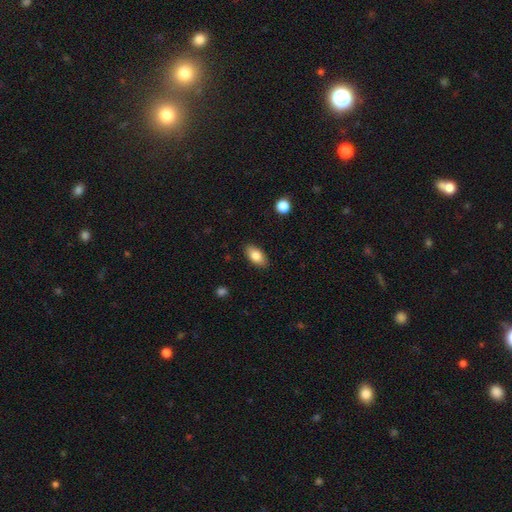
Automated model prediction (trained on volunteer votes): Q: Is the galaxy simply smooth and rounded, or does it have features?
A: smooth — 83%.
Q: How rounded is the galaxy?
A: in between — 92%.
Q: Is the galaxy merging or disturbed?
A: none — 88%.